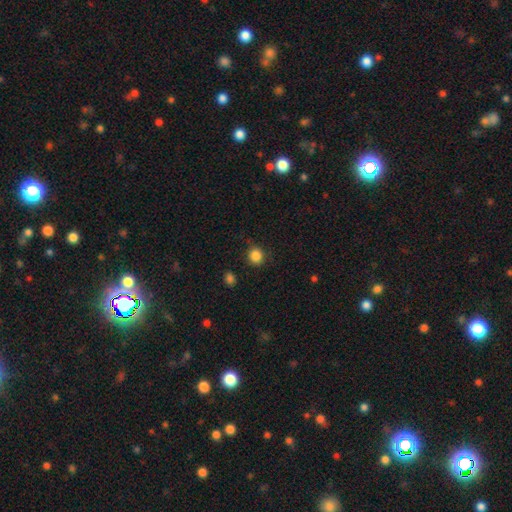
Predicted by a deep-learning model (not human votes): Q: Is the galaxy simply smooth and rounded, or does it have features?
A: smooth — 86%.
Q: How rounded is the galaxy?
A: round — 87%.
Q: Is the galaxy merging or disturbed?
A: none — 85%.